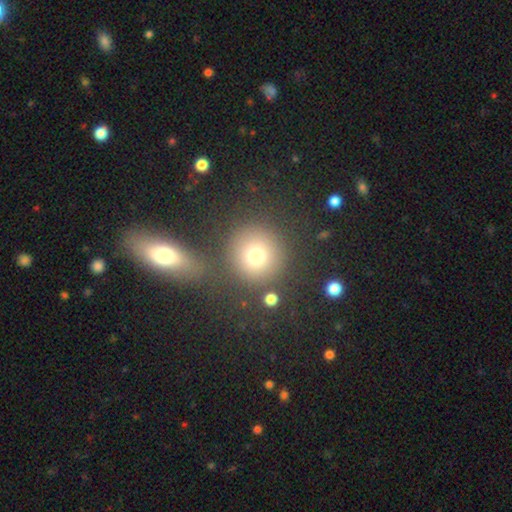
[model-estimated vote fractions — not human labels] Morphology: type=smooth (76%); roundness=round (93%); merging=none (76%).